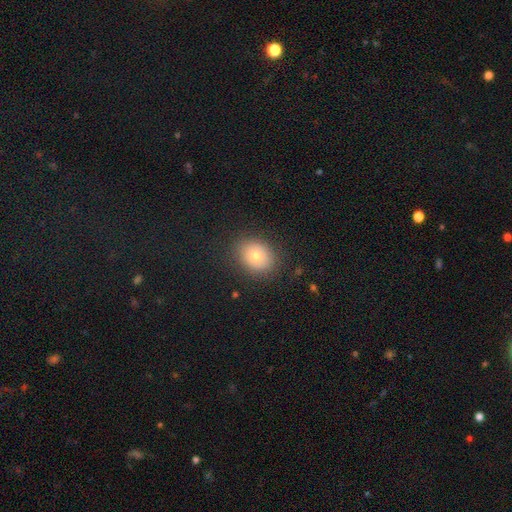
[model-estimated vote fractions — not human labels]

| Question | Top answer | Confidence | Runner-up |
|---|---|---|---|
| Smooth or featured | smooth | 71% | featured or disk (18%) |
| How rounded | round | 52% | in between (47%) |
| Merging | none | 84% | minor disturbance (11%) |